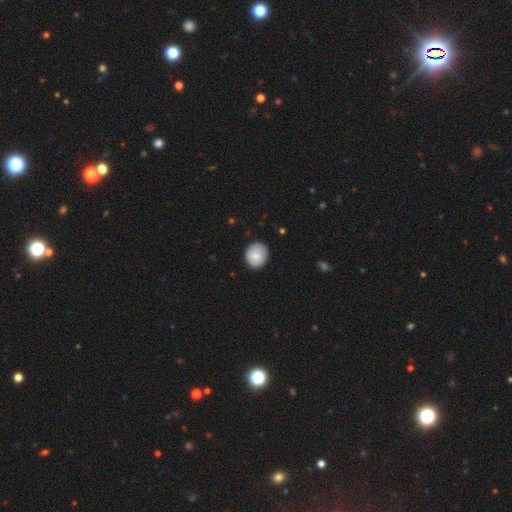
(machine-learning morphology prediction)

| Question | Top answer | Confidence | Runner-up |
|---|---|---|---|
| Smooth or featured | smooth | 75% | featured or disk (18%) |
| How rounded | round | 80% | in between (19%) |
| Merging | none | 84% | minor disturbance (12%) |